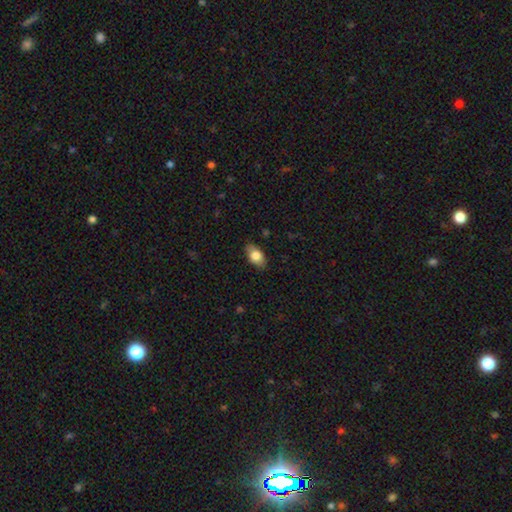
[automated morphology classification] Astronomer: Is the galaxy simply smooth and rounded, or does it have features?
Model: smooth — 80%.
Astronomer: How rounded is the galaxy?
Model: in between — 90%.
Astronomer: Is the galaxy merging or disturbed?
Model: none — 85%.